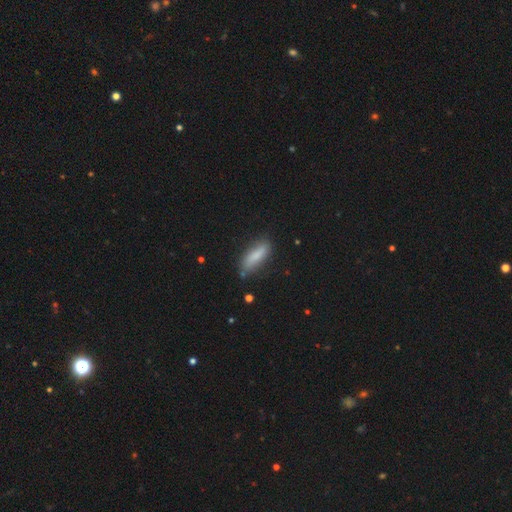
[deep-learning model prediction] smooth_or_featured: smooth (p=0.77) [alt: featured or disk p=0.16]
how_rounded: in between (p=0.51) [alt: cigar-shaped p=0.47]
merging: none (p=0.73) [alt: minor disturbance p=0.19]